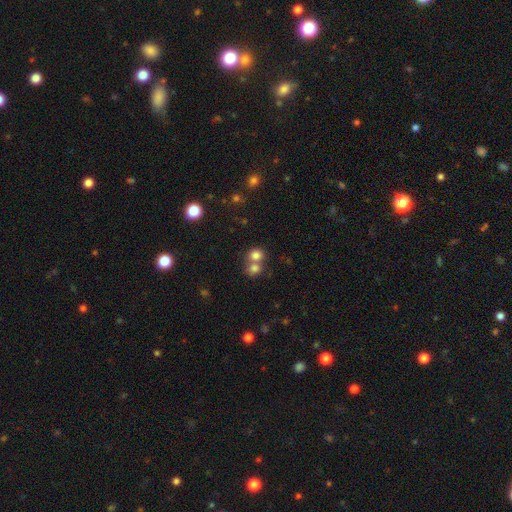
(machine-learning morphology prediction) smooth_or_featured: smooth (p=0.78) [alt: star or artifact p=0.13]
how_rounded: round (p=0.74) [alt: in between p=0.25]
merging: merger (p=0.52) [alt: none p=0.39]